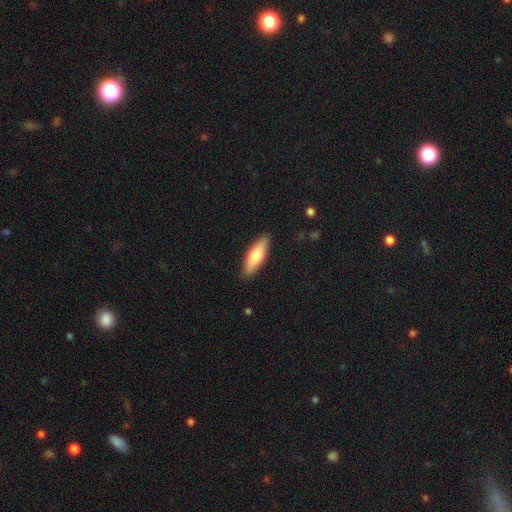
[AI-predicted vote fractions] Q: Smooth or featured?
A: smooth (66%); runner-up: featured or disk (28%)
Q: How rounded?
A: cigar-shaped (49%); tied with: in between (49%)
Q: Merging?
A: none (89%); runner-up: minor disturbance (9%)